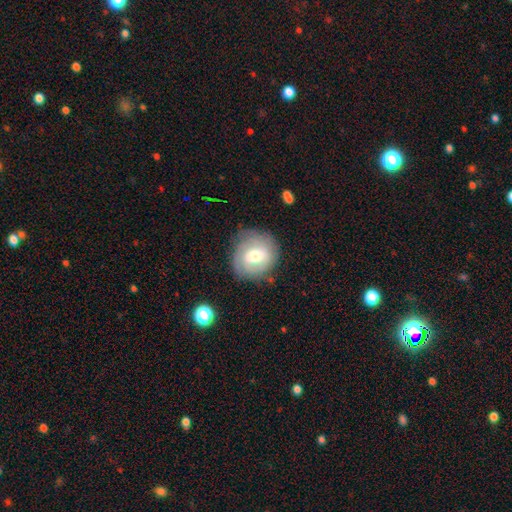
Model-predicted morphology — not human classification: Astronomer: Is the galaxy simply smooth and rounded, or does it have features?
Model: featured or disk — 53% (runner-up: smooth, 39%).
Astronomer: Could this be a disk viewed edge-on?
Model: no — 97%.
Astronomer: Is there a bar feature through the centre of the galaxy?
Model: weak — 50% (runner-up: no, 38%).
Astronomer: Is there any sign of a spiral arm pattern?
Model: yes — 78%.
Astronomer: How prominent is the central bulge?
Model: moderate — 67%.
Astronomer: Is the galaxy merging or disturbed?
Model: none — 74%.